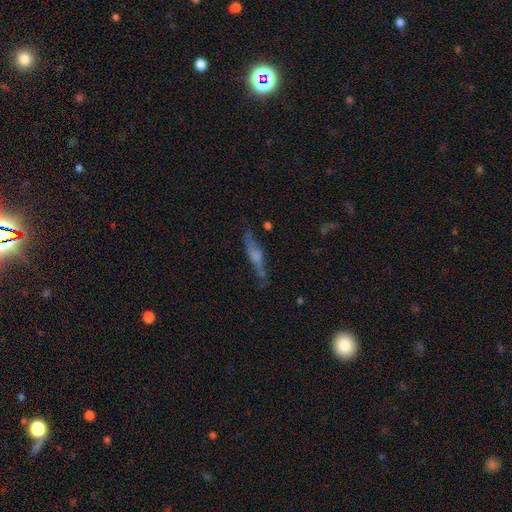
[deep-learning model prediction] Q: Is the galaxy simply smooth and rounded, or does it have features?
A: featured or disk — 55%.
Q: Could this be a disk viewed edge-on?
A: yes — 79%.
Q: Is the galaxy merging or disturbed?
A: none — 63%.